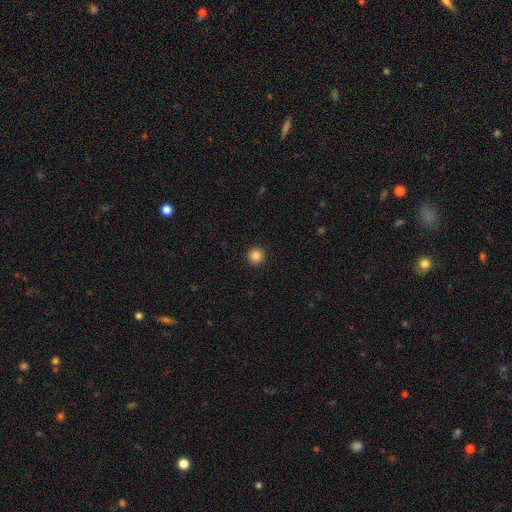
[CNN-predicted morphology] Smooth or featured? smooth (86%)
How rounded? round (96%)
Merging? none (94%)